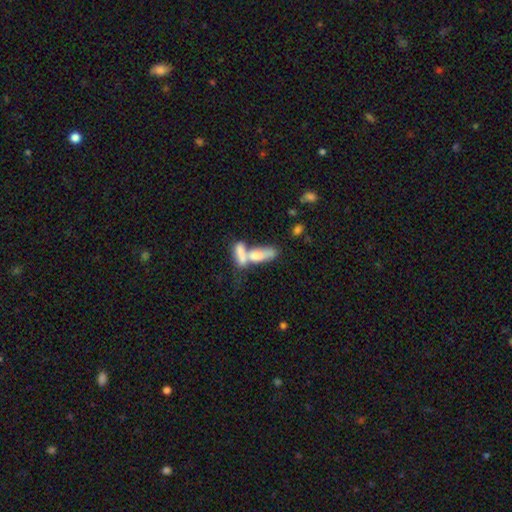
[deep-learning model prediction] A smooth galaxy with no disk features (65%) that is in between round and cigar-shaped (64%). Merging: merger (66%).